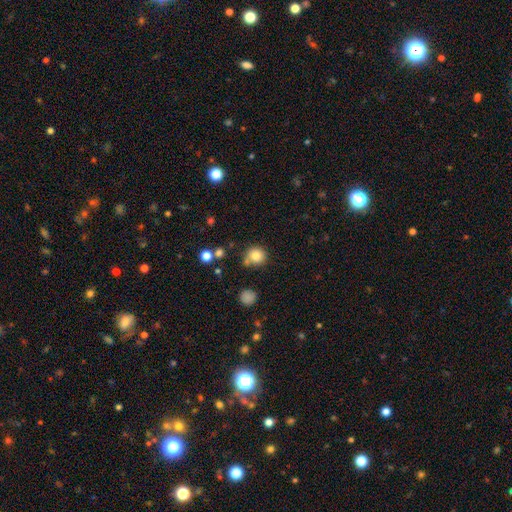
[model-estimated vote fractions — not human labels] Overall: smooth (80%). How rounded: round (90%). Merging: none (71%).